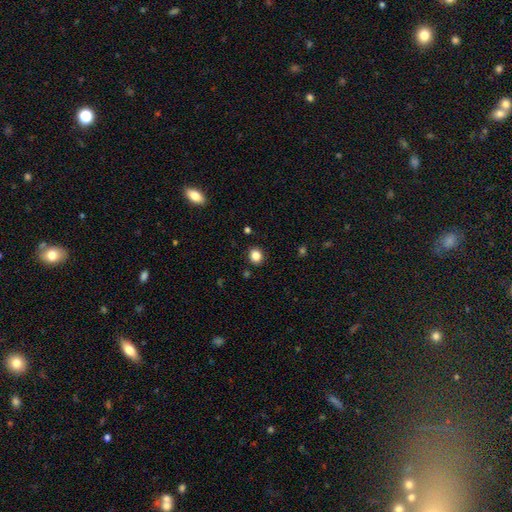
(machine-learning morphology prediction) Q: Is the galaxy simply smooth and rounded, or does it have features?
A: smooth — 84%.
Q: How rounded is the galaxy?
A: round — 74%.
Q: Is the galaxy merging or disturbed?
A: none — 89%.